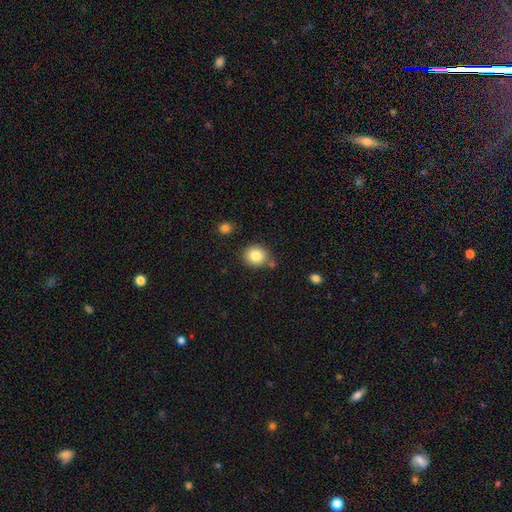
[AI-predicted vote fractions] This is clearly a smooth galaxy (84%). How rounded: likely round (78%). Merging: likely none (75%).